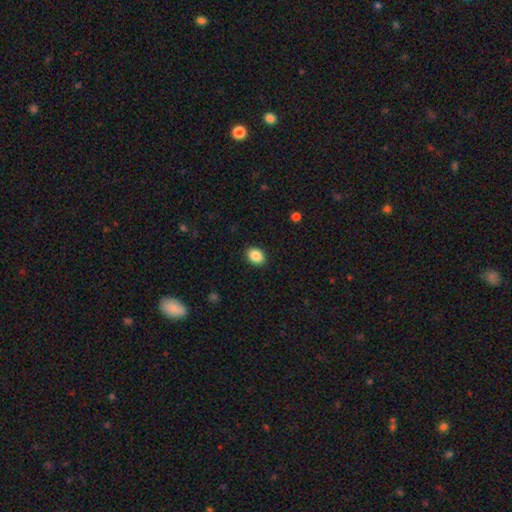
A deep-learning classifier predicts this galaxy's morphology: Overall: smooth (88%). How rounded: in between (60%; round 39%). Merging: none (91%).